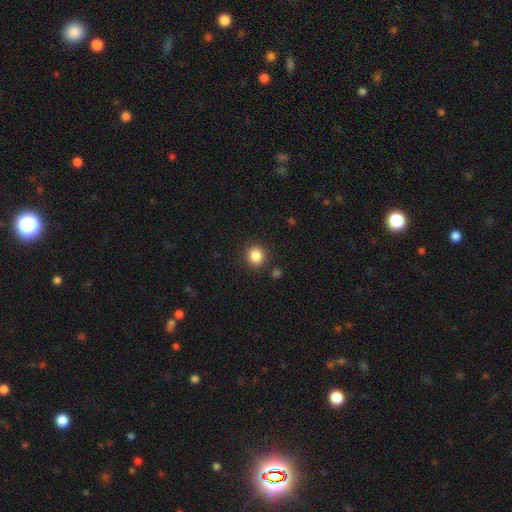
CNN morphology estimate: A smooth galaxy with no disk features (86%) that is round (82%).

Vote fractions:
- Smooth or featured? smooth: 86% / star or artifact: 10% / featured or disk: 4%
- How rounded? round: 82% / in between: 17% / cigar-shaped: 1%
- Merging? none: 87% / minor disturbance: 8% / major disturbance: 3% / merger: 3%